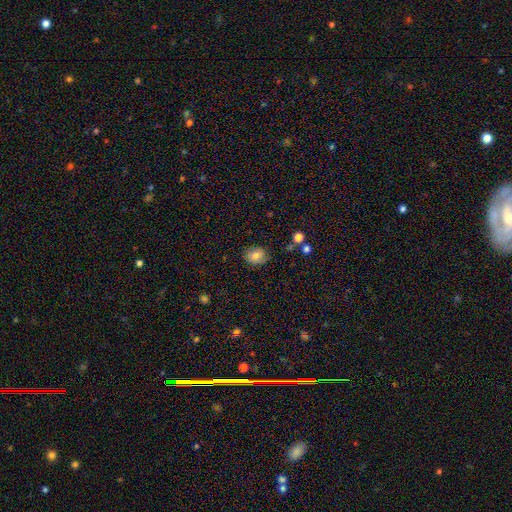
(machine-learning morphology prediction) The model was most divided on "how rounded": round: 63%, in between: 36%, cigar-shaped: 1%. More confident: merging — none (77%); smooth or featured — smooth (75%).